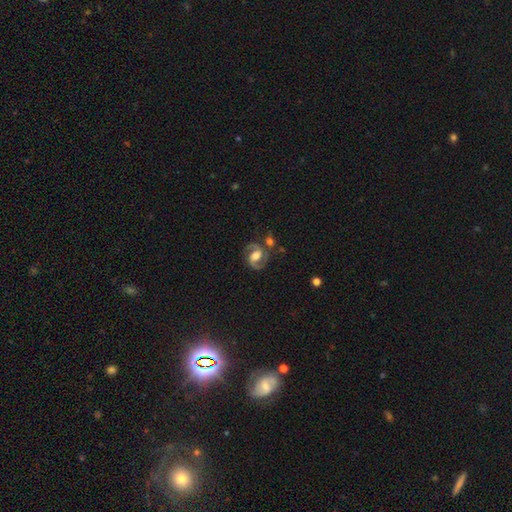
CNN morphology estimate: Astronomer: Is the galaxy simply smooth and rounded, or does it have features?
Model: featured or disk — 87%.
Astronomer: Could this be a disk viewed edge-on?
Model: no — 98%.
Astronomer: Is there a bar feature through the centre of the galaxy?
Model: weak — 45% (runner-up: no, 31%).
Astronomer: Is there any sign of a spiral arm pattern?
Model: yes — 97%.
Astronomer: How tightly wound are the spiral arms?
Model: medium — 62%.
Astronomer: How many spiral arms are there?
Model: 2 — 93%.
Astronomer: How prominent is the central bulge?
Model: moderate — 57%.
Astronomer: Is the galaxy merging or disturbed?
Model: none — 72%.